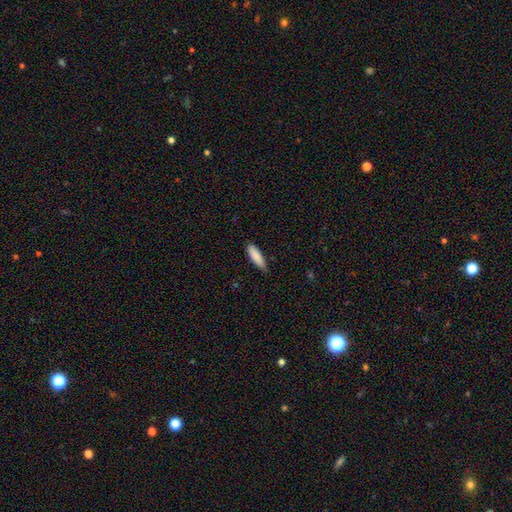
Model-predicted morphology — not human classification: type=smooth (87%); roundness=cigar-shaped (55%); merging=none (80%).